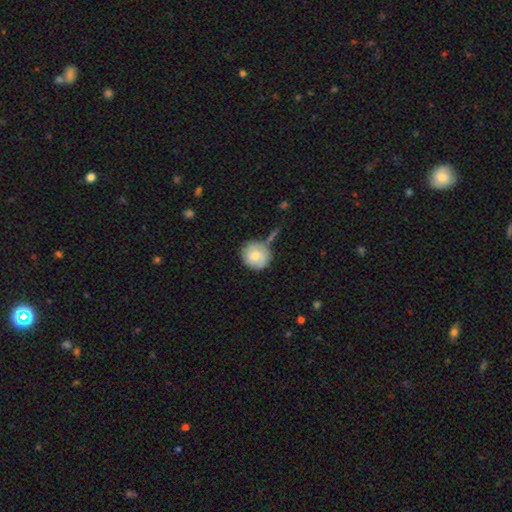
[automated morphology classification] Smooth or featured? smooth (77%)
How rounded? round (93%)
Merging? none (62%)